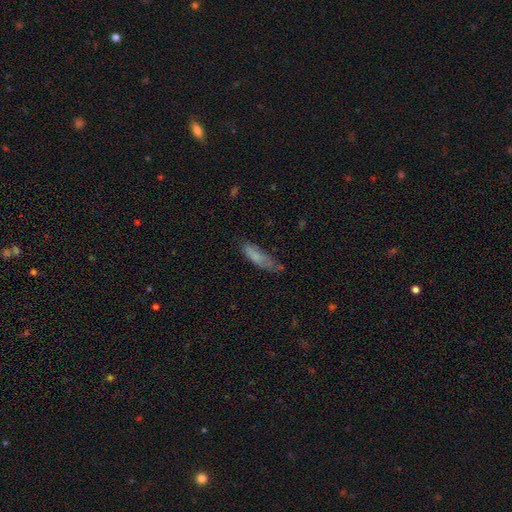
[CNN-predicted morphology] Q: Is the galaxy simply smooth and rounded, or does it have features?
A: smooth — 78%.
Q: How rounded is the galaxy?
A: cigar-shaped — 60%.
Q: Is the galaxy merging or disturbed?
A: none — 50%.